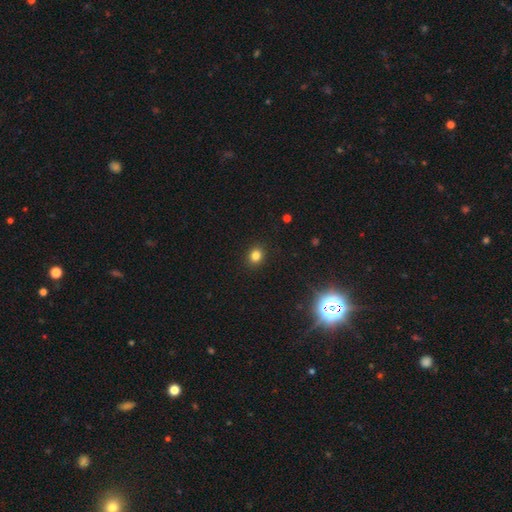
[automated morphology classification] A smooth galaxy with no disk features (81%) that is round (70%).

Vote fractions:
- Smooth or featured? smooth: 81% / star or artifact: 14% / featured or disk: 5%
- How rounded? round: 70% / in between: 29% / cigar-shaped: 1%
- Merging? none: 90% / minor disturbance: 7% / major disturbance: 2% / merger: 1%